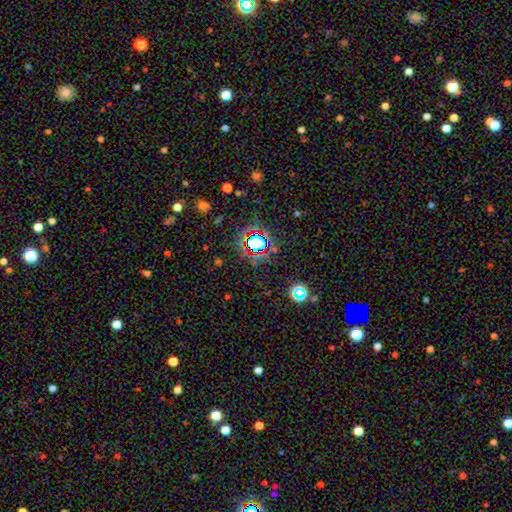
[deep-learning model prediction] star or artifact 72%, smooth 18%, featured or disk 10%.